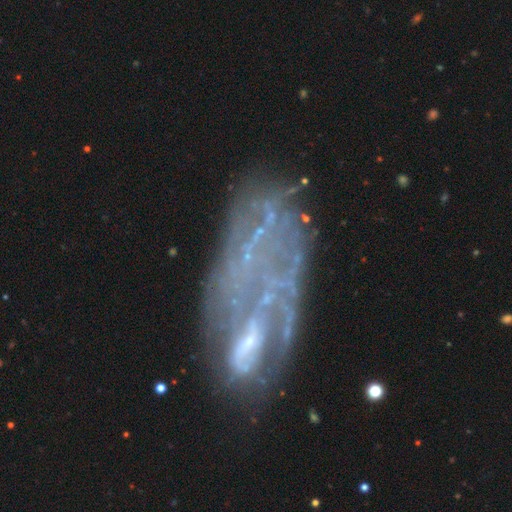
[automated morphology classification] featured or disk 64%, star or artifact 19%, smooth 17%. Down the decision tree: edge-on disk — no (91%); bar — no (72%); spiral arms — no (65%); bulge size — none (69%); merging — none (37%).